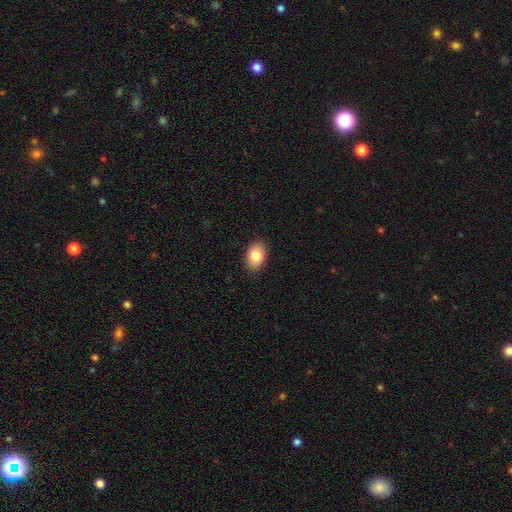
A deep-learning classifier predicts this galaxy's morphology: A smooth galaxy with no disk features (84%) that is in between round and cigar-shaped (84%).

Vote fractions:
- Smooth or featured? smooth: 84% / featured or disk: 8% / star or artifact: 8%
- How rounded? in between: 84% / round: 15% / cigar-shaped: 1%
- Merging? none: 89% / minor disturbance: 8% / major disturbance: 2% / merger: 1%